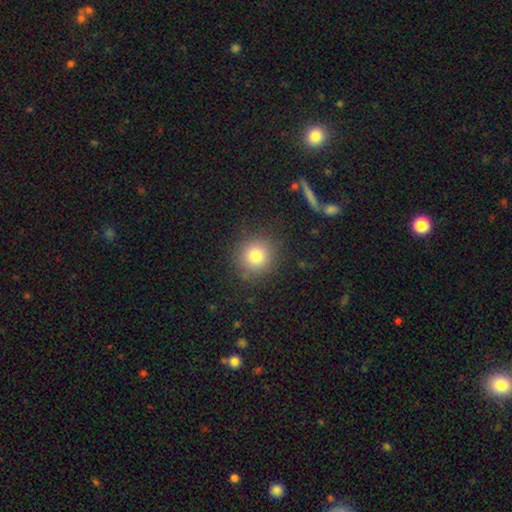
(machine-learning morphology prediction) A smooth galaxy with no disk features (80%) that is round (93%).

Vote fractions:
- Smooth or featured? smooth: 80% / star or artifact: 12% / featured or disk: 8%
- How rounded? round: 93% / in between: 6% / cigar-shaped: 1%
- Merging? none: 87% / minor disturbance: 8% / major disturbance: 3% / merger: 1%